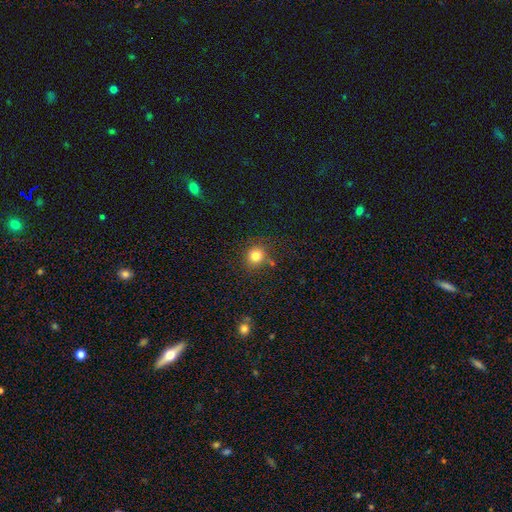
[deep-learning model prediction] The model was most divided on "merging": none: 79%, minor disturbance: 11%, merger: 5%, major disturbance: 4%. More confident: how rounded — round (85%); smooth or featured — smooth (81%).